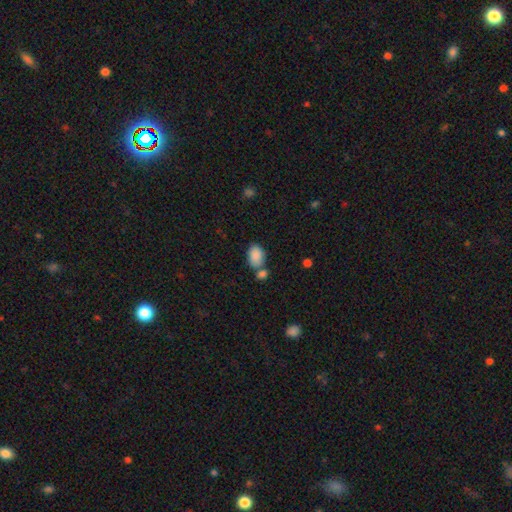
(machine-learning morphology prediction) smooth_or_featured: smooth (p=0.87) [alt: star or artifact p=0.07]
how_rounded: in between (p=0.86) [alt: round p=0.12]
merging: none (p=0.53) [alt: merger p=0.29]